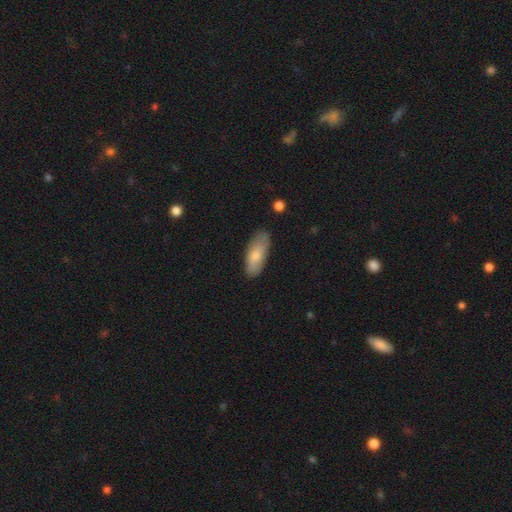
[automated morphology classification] A smooth galaxy with no disk features (76%) that is in between round and cigar-shaped (80%).

Vote fractions:
- Smooth or featured? smooth: 76% / featured or disk: 18% / star or artifact: 6%
- How rounded? in between: 80% / cigar-shaped: 18% / round: 2%
- Merging? none: 80% / minor disturbance: 16% / major disturbance: 3% / merger: 2%